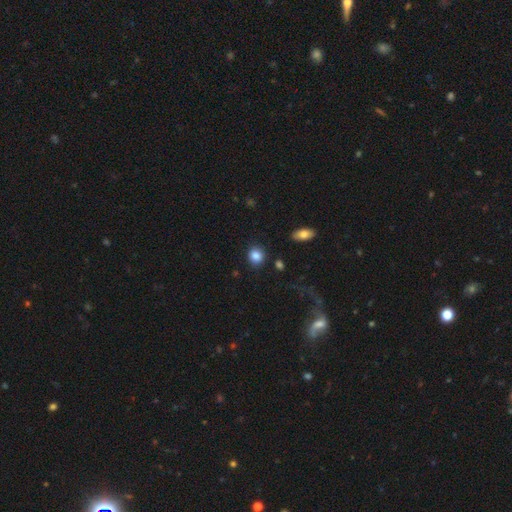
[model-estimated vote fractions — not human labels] The model was most divided on "how rounded": round: 76%, in between: 22%, cigar-shaped: 1%. More confident: merging — none (86%); smooth or featured — smooth (86%).